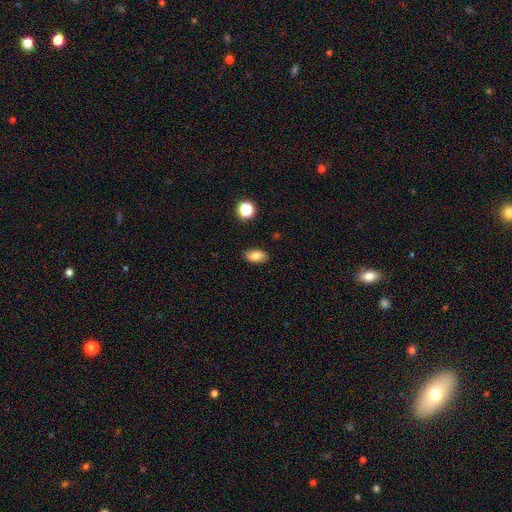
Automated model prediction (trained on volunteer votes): This is clearly a smooth galaxy (82%). How rounded: clearly in between (90%). Merging: clearly none (86%).